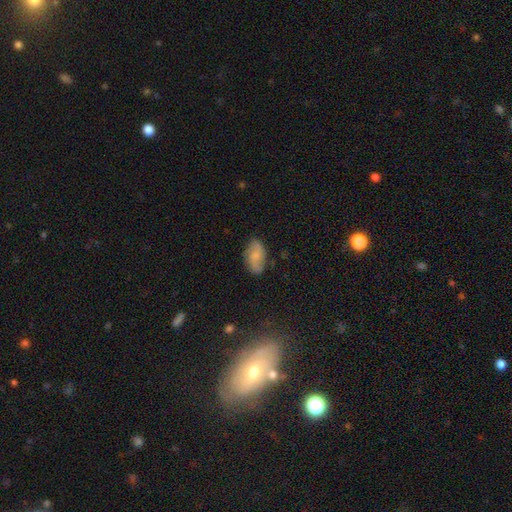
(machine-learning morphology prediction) This appears to be a smooth galaxy with no disk features (55%) that is in between round and cigar-shaped (92%). Merging: none (74%).